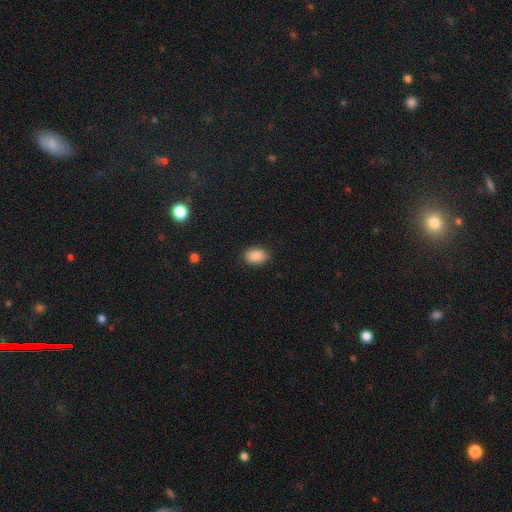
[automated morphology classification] This is clearly a smooth galaxy (89%). How rounded: clearly in between (82%). Merging: clearly none (89%).